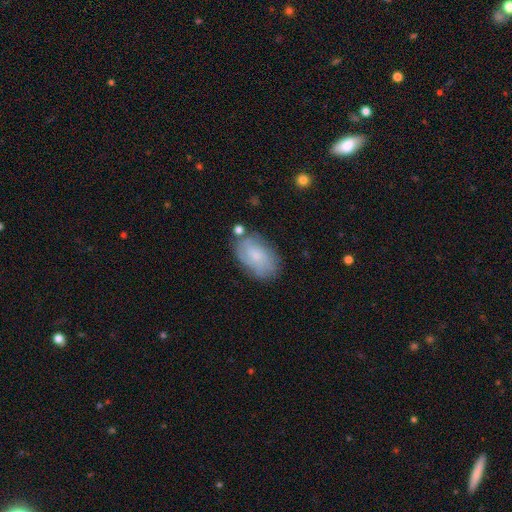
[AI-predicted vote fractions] Smooth or featured?
  - smooth: 48% *
  - featured or disk: 44%
  - star or artifact: 8%
Merging?
  - none: 68% *
  - minor disturbance: 21%
  - major disturbance: 6%
  - merger: 5%